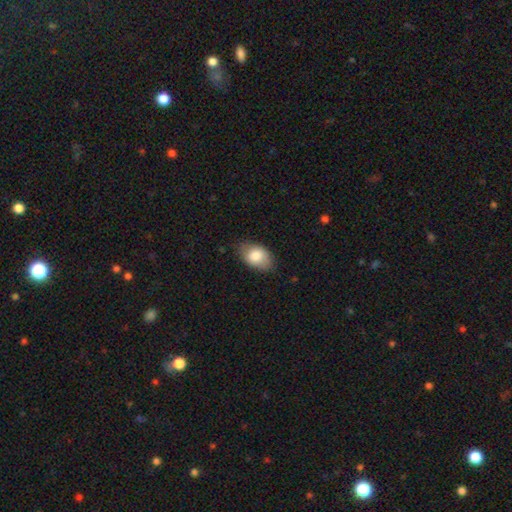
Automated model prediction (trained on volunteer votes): This appears to be a smooth galaxy with no disk features (81%) that is in between round and cigar-shaped (90%). Merging: none (75%).